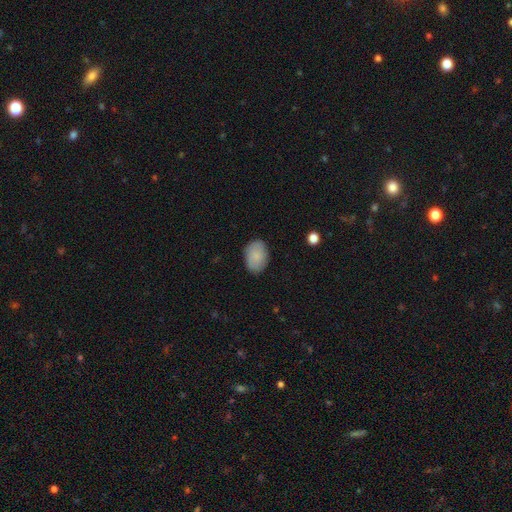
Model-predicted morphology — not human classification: A smooth galaxy with no disk features (84%) that is in between round and cigar-shaped (80%). Merging: none (85%).